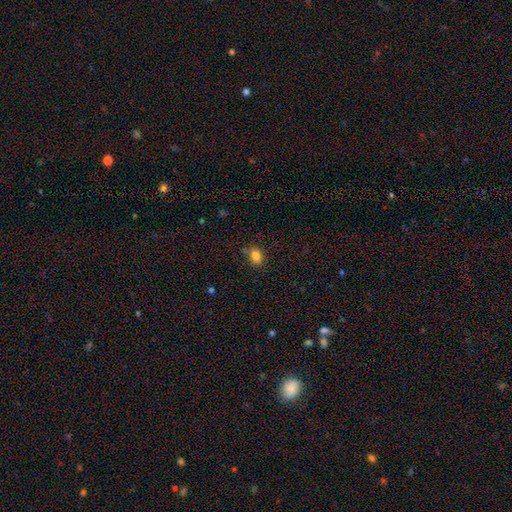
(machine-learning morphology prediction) Overall: smooth (83%). How rounded: in between (59%; round 40%). Merging: none (75%).